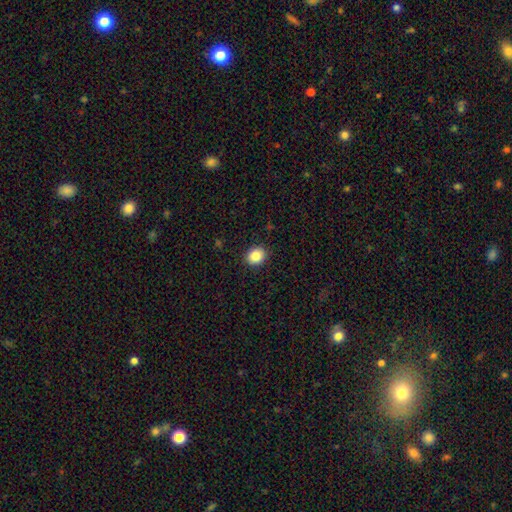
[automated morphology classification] smooth-or-featured: smooth: 85% | star or artifact: 9% | featured or disk: 5%
  how-rounded: round: 62% | in between: 37% | cigar-shaped: 1%
  merging: none: 90% | minor disturbance: 7% | major disturbance: 2% | merger: 1%